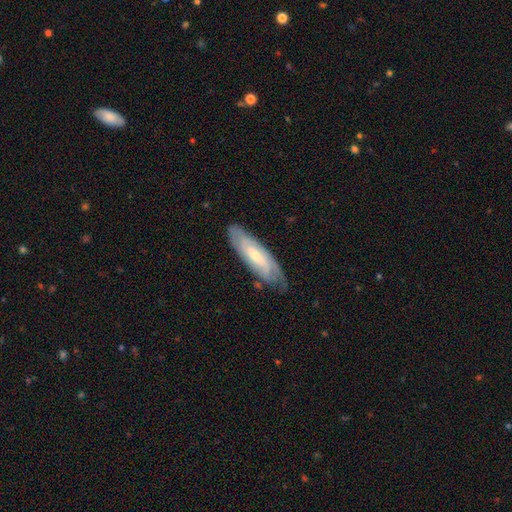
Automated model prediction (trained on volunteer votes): This is likely a featured or disk galaxy (62%). It is likely not viewed edge-on (75%). Merging: likely none (73%).